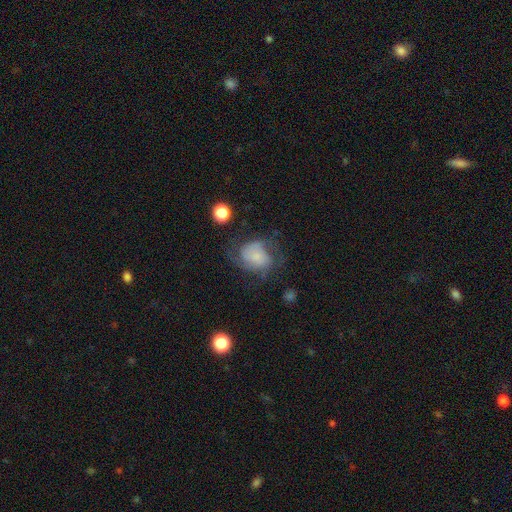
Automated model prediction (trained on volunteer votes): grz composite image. It shows a featured or disk galaxy (59%) with no bar (75%), spiral arms (85%) and a small central bulge (36%). Merging: none (49%).